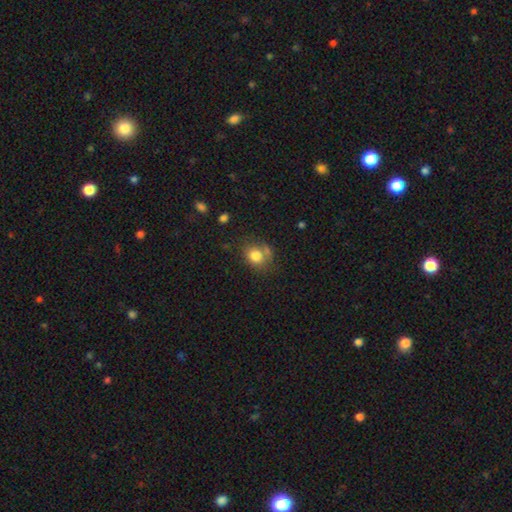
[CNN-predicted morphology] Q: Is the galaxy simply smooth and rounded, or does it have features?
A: smooth — 80%.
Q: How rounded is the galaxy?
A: round — 62%.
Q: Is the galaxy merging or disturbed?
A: none — 57%.